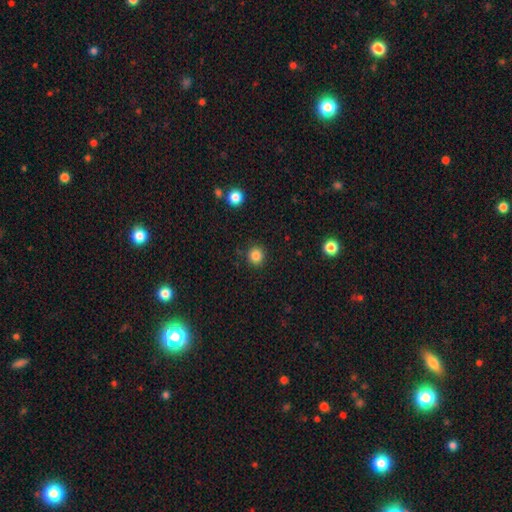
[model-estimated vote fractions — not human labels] smooth-or-featured: smooth: 85% | star or artifact: 12% | featured or disk: 4%
  how-rounded: round: 91% | in between: 8% | cigar-shaped: 1%
  merging: none: 90% | minor disturbance: 7% | major disturbance: 2% | merger: 1%